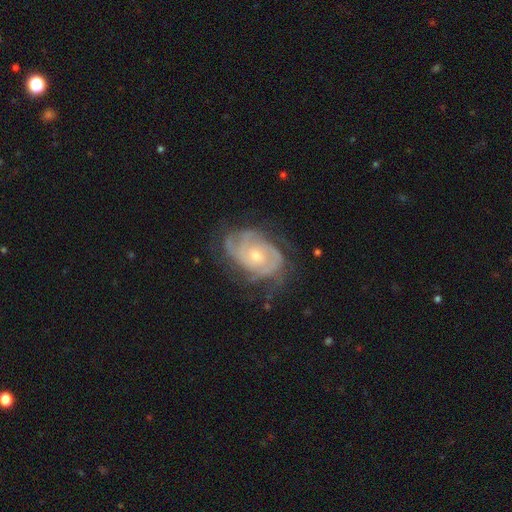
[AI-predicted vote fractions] This is clearly a featured or disk galaxy (86%). It is clearly not viewed edge-on (97%). Bar: likely no (75%). Spiral arm pattern: clearly yes (95%). Spiral arm count: marginally can't tell (31%). Spiral winding: likely tight (65%). Central bulge: possibly small (51%). Merging: likely none (65%).